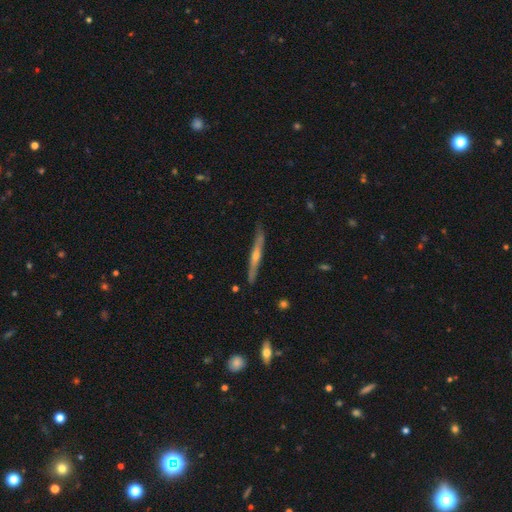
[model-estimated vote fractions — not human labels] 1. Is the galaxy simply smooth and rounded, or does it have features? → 70% featured or disk, 24% smooth, 6% star or artifact.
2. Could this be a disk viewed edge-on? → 96% yes, 4% no.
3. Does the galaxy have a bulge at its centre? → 75% rounded, 21% none, 4% boxy.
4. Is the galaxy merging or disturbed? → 86% none, 11% minor disturbance, 2% major disturbance, 1% merger.